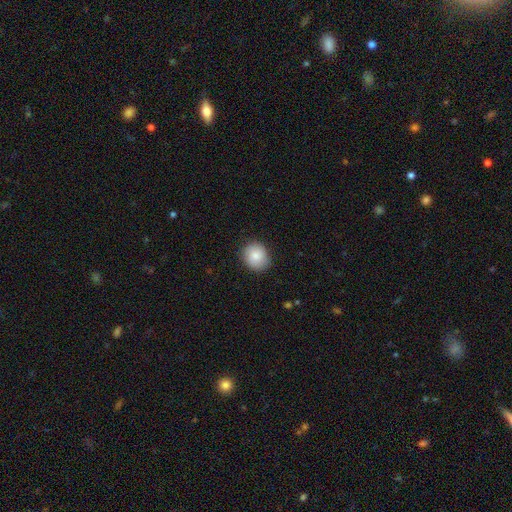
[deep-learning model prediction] Smooth or featured? Predicted: smooth (p=0.86). How rounded? Predicted: round (p=0.79). Merging? Predicted: none (p=0.85).